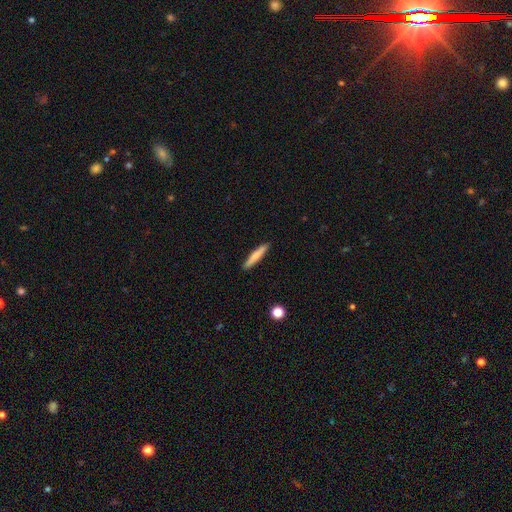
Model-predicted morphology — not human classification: Smooth or featured: smooth — 71% (featured or disk — 23%)
How rounded: cigar-shaped — 92% (in between — 6%)
Merging: none — 90% (minor disturbance — 7%)